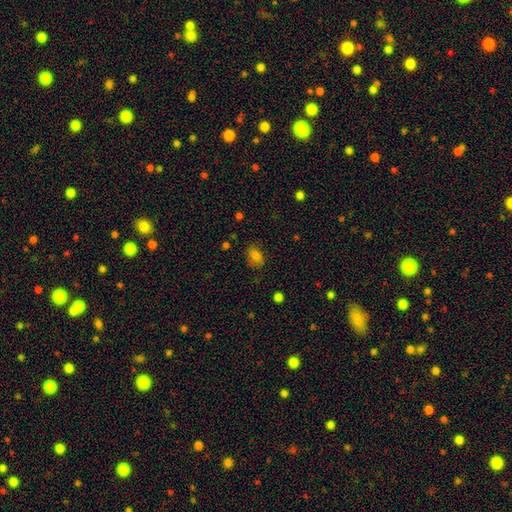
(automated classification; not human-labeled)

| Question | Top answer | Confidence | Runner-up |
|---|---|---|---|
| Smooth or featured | smooth | 79% | star or artifact (12%) |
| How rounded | in between | 75% | round (24%) |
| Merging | none | 71% | minor disturbance (21%) |